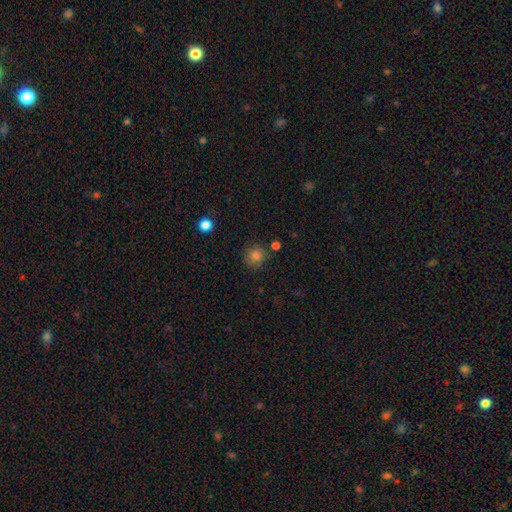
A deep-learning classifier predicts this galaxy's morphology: Smooth or featured? smooth (81%)
How rounded? round (88%)
Merging? none (82%)